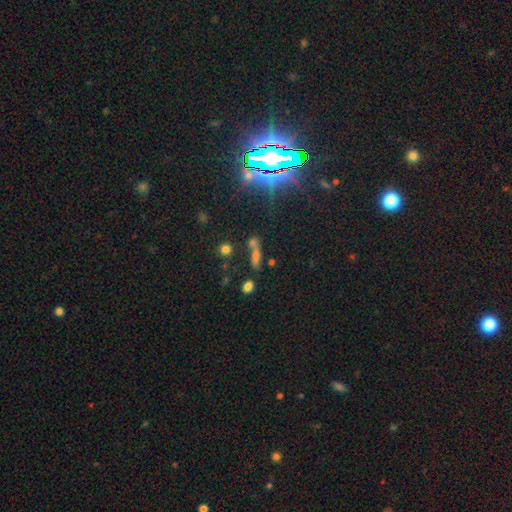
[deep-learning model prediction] smooth_or_featured: star or artifact (p=0.46) [alt: smooth p=0.36]